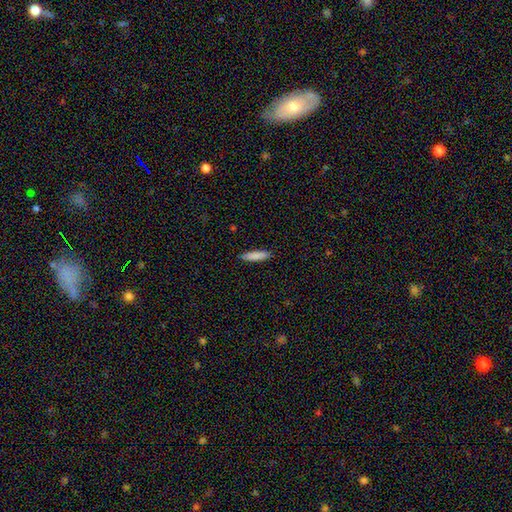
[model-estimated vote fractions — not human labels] smooth 87%, featured or disk 8%, star or artifact 6%. Down the decision tree: how rounded — cigar-shaped (79%); merging — none (91%).